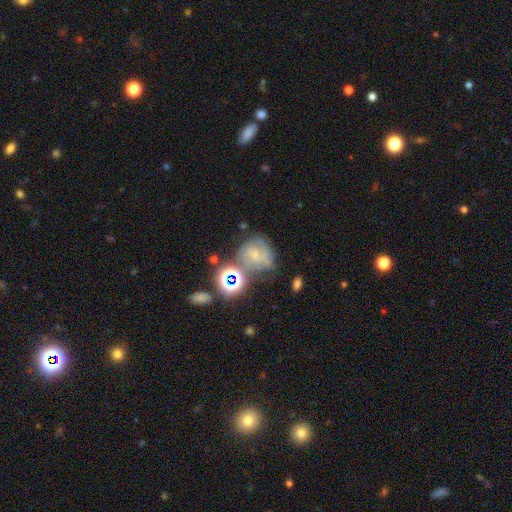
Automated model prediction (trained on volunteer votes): The model was most divided on "smooth or featured": featured or disk: 49%, smooth: 30%, star or artifact: 21%. Remaining: merging — none (50%).